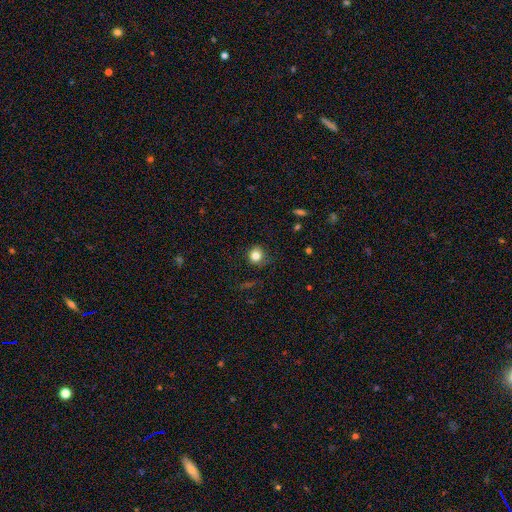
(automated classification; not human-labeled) Smooth or featured? Predicted: smooth (p=0.81). How rounded? Predicted: round (p=0.85). Merging? Predicted: none (p=0.80).